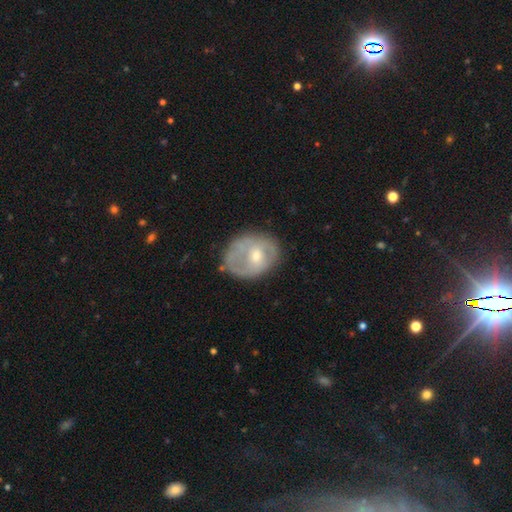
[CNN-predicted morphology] Smooth or featured? featured or disk (53%)
Edge-on disk? no (96%)
Bar? no (63%)
Spiral arms? no (56%)
Bulge size? moderate (55%)
Merging? none (54%)